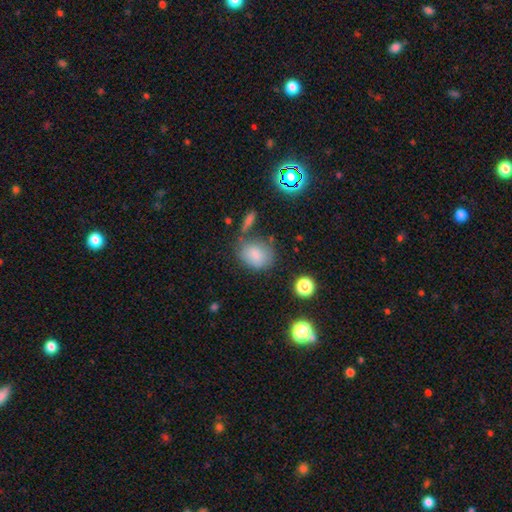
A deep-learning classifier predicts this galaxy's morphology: This is clearly a smooth galaxy (81%). How rounded: possibly in between (51%). Merging: possibly none (59%).